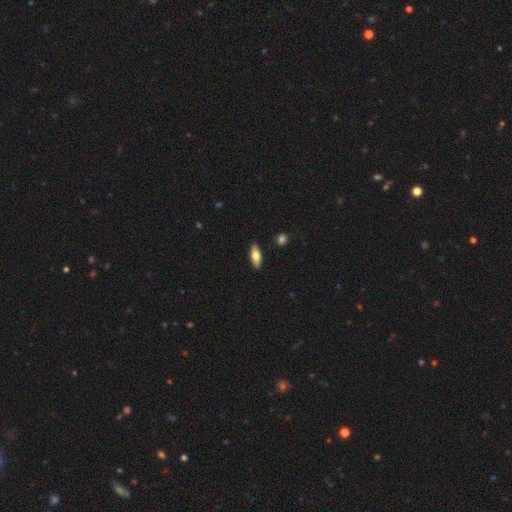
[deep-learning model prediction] Smooth or featured?
  - smooth: 70% *
  - featured or disk: 24%
  - star or artifact: 6%
How rounded?
  - in between: 75% *
  - cigar-shaped: 22%
  - round: 3%
Merging?
  - none: 89% *
  - minor disturbance: 8%
  - major disturbance: 2%
  - merger: 1%